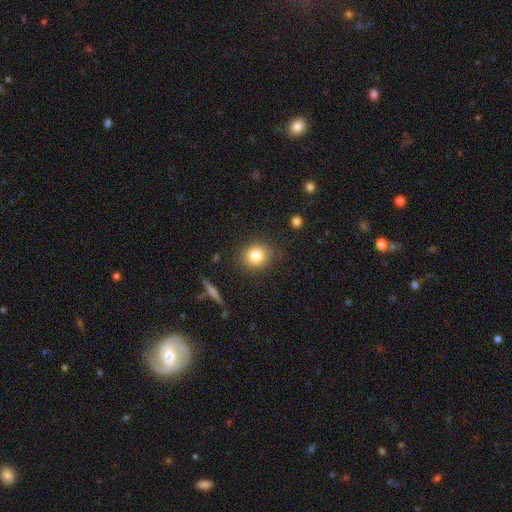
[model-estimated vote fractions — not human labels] Smooth or featured? smooth (82%)
How rounded? round (83%)
Merging? none (82%)